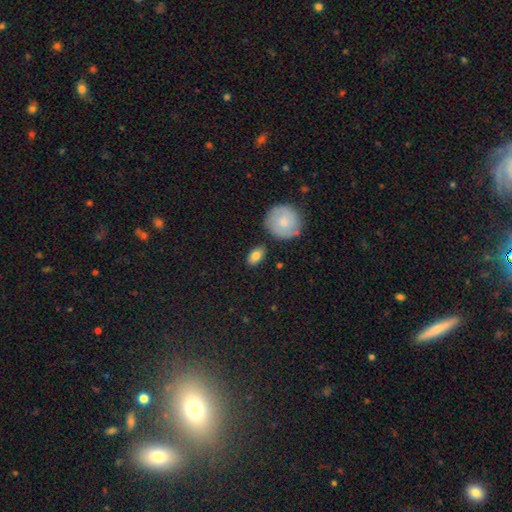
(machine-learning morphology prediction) type=smooth (81%); roundness=in between (83%); merging=none (83%).